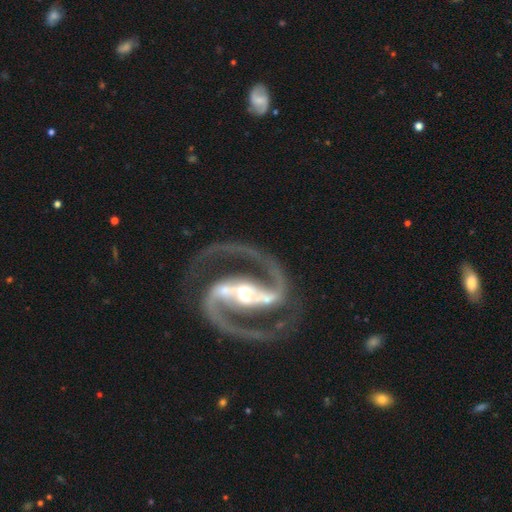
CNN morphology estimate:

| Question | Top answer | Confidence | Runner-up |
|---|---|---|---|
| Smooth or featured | featured or disk | 95% | star or artifact (3%) |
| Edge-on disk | no | 98% | yes (2%) |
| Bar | strong | 77% | weak (15%) |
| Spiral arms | yes | 99% | no (1%) |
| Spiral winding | medium | 68% | tight (22%) |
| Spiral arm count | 2 | 95% | 3 (1%) |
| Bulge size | moderate | 49% | small (42%) |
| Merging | none | 81% | minor disturbance (10%) |